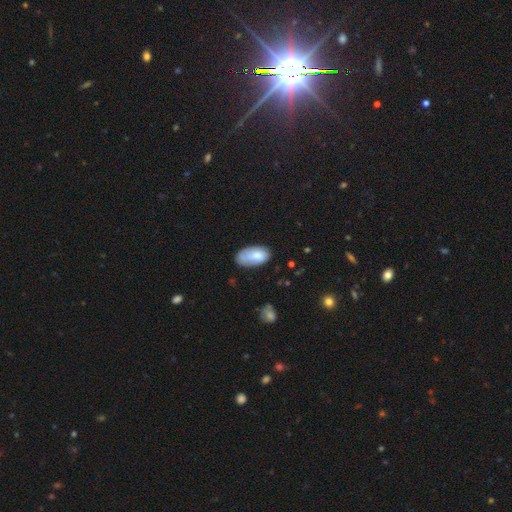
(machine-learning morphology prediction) The model was most divided on "merging": none: 55%, minor disturbance: 32%, major disturbance: 10%, merger: 3%. More confident: how rounded — in between (94%); smooth or featured — smooth (79%).